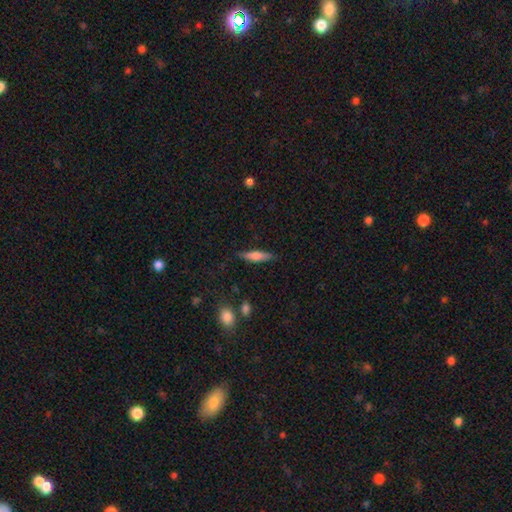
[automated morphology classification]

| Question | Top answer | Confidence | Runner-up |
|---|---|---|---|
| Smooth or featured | smooth | 62% | featured or disk (31%) |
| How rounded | cigar-shaped | 76% | in between (22%) |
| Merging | none | 84% | minor disturbance (12%) |